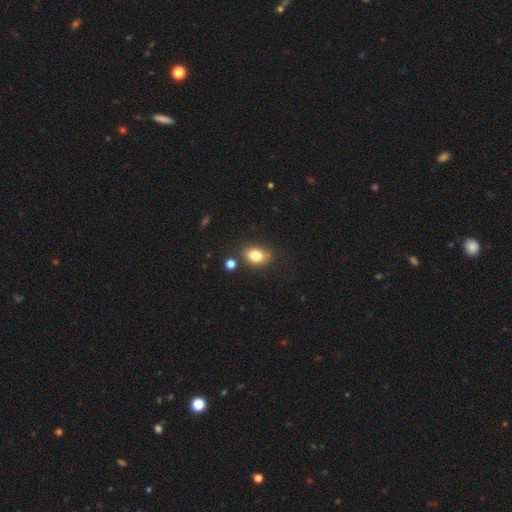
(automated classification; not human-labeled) This is likely a smooth galaxy (80%). How rounded: likely in between (71%). Merging: likely none (73%).